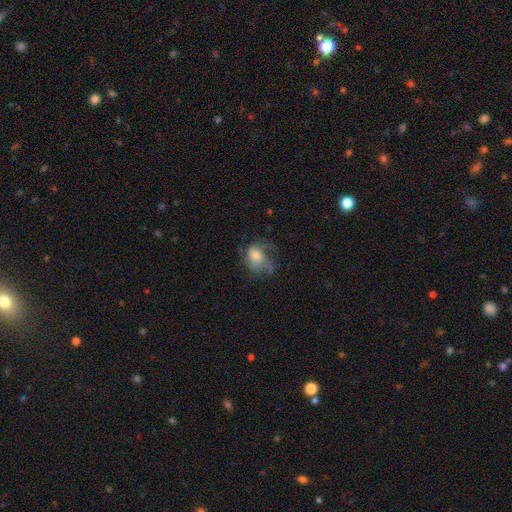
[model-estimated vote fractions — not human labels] Morphology: type=smooth (51%); roundness=in between (56%); merging=none (39%).